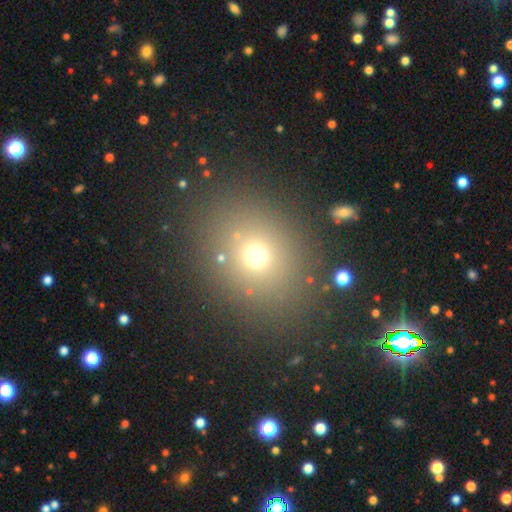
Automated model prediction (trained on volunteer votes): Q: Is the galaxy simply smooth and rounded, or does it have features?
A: smooth — 64%.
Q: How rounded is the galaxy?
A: round — 65%.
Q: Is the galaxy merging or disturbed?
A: none — 84%.